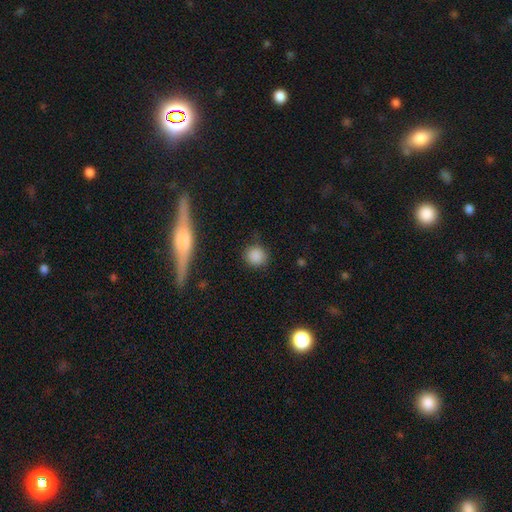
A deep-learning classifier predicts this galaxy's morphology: Overall: smooth (85%). How rounded: round (89%). Merging: none (82%).